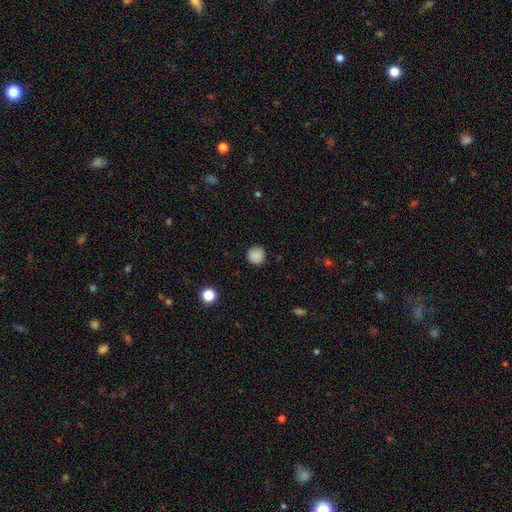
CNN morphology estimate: Smooth or featured?
  - smooth: 87% *
  - star or artifact: 9%
  - featured or disk: 4%
How rounded?
  - round: 95% *
  - in between: 4%
  - cigar-shaped: 1%
Merging?
  - none: 90% *
  - minor disturbance: 7%
  - major disturbance: 2%
  - merger: 1%